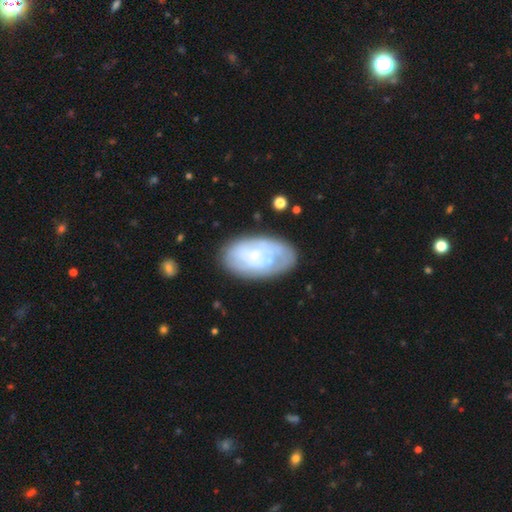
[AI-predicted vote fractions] A featured or disk galaxy (55%) with no bar (75%), spiral arms (57%) and a small central bulge (66%). Merging: none (70%).